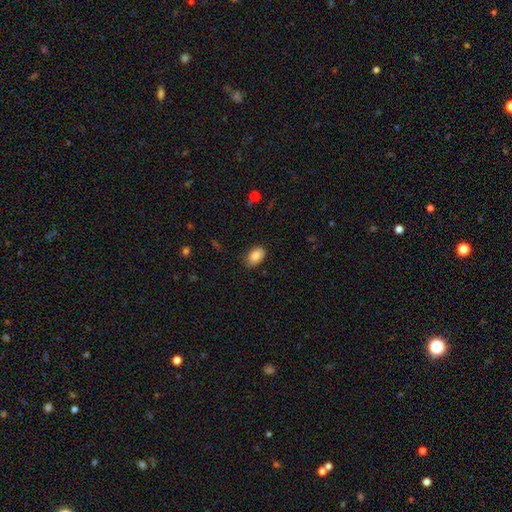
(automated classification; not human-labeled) Q: Smooth or featured?
A: smooth (87%); runner-up: star or artifact (7%)
Q: How rounded?
A: in between (91%); runner-up: round (8%)
Q: Merging?
A: none (84%); runner-up: minor disturbance (12%)